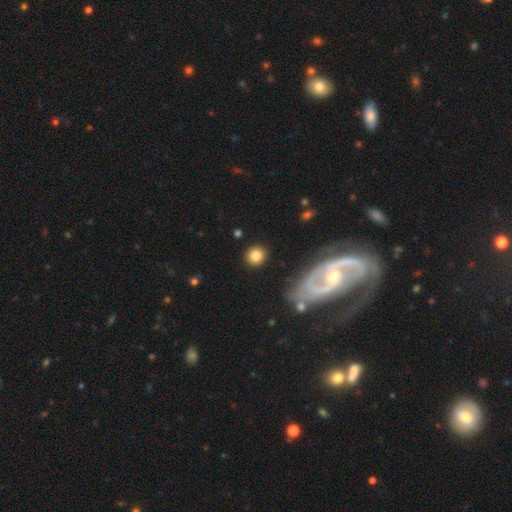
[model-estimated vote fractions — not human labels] A smooth galaxy with no disk features (81%) that is round (90%). Merging: none (88%).